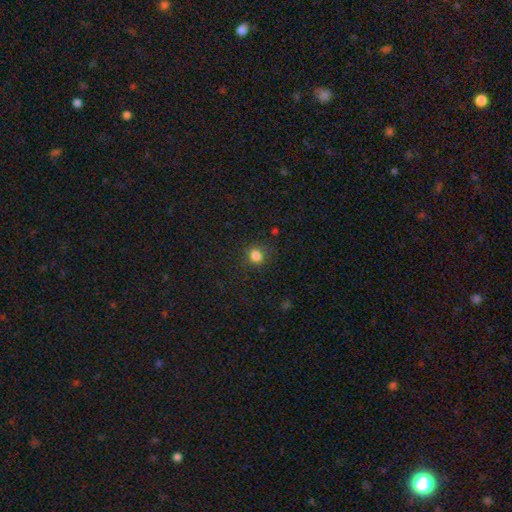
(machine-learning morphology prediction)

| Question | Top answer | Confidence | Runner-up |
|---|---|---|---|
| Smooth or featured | smooth | 83% | star or artifact (13%) |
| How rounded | round | 78% | in between (21%) |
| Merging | none | 84% | minor disturbance (11%) |